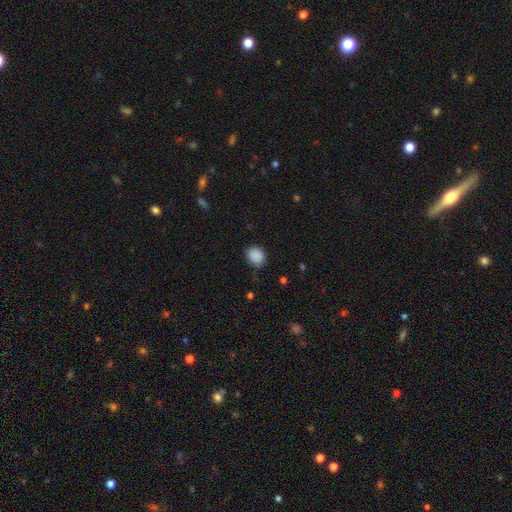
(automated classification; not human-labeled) Q: Smooth or featured?
A: smooth (88%); runner-up: star or artifact (9%)
Q: How rounded?
A: round (69%); runner-up: in between (31%)
Q: Merging?
A: none (79%); runner-up: minor disturbance (16%)